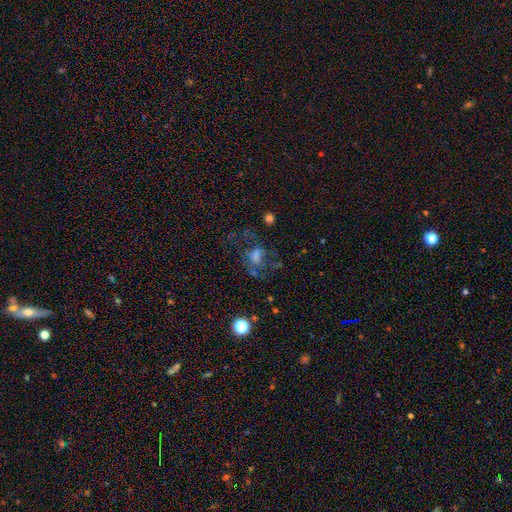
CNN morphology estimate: Overall: featured or disk (40%; smooth 33%). Merging: none (46%; major disturbance 30%).